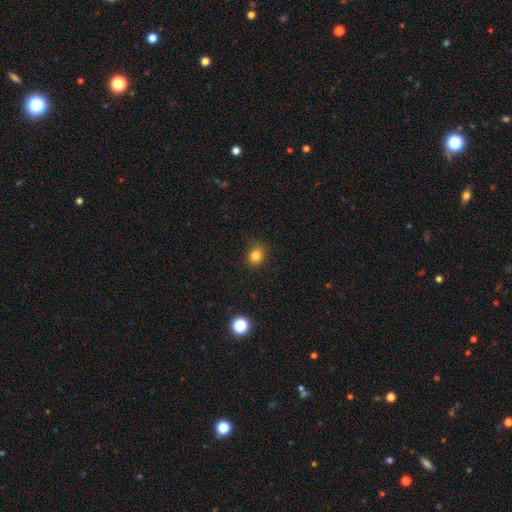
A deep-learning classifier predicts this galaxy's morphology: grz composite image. It shows a smooth galaxy with no disk features (82%) that is round (78%). Merging: none (85%).